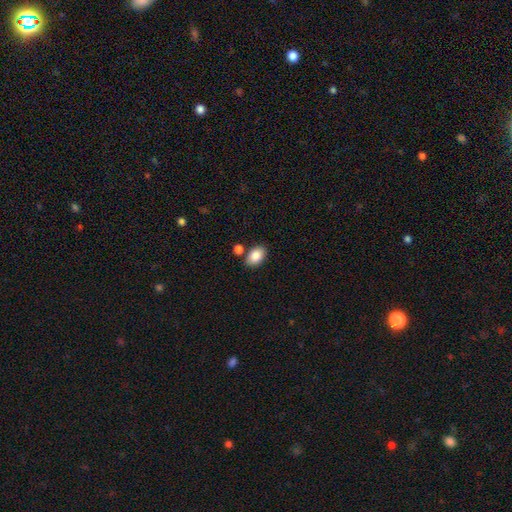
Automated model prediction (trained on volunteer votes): smooth_or_featured: smooth (p=0.87) [alt: star or artifact p=0.07]
how_rounded: in between (p=0.88) [alt: round p=0.10]
merging: none (p=0.78) [alt: minor disturbance p=0.10]